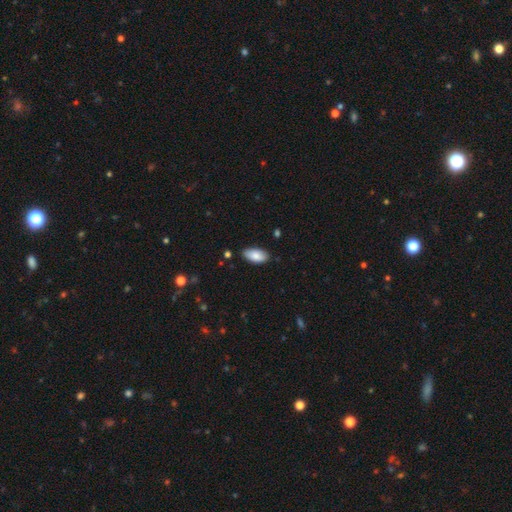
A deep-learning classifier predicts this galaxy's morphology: A smooth galaxy with no disk features (85%) that is in between round and cigar-shaped (94%).

Vote fractions:
- Smooth or featured? smooth: 85% / featured or disk: 9% / star or artifact: 6%
- How rounded? in between: 94% / cigar-shaped: 4% / round: 2%
- Merging? none: 84% / minor disturbance: 13% / major disturbance: 2% / merger: 1%